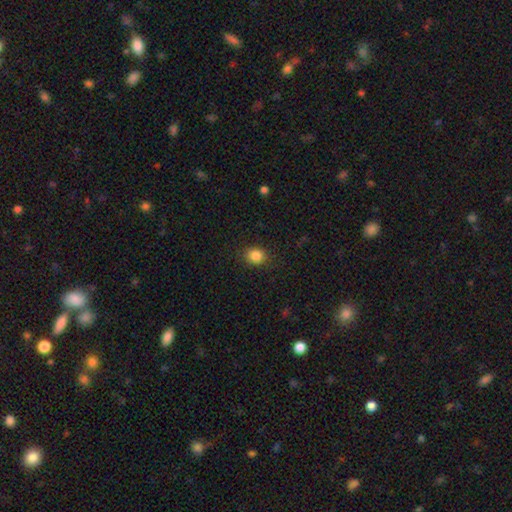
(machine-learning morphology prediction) smooth-or-featured: smooth: 85% | star or artifact: 11% | featured or disk: 4%
  how-rounded: round: 65% | in between: 34% | cigar-shaped: 1%
  merging: none: 88% | minor disturbance: 9% | major disturbance: 3% | merger: 1%